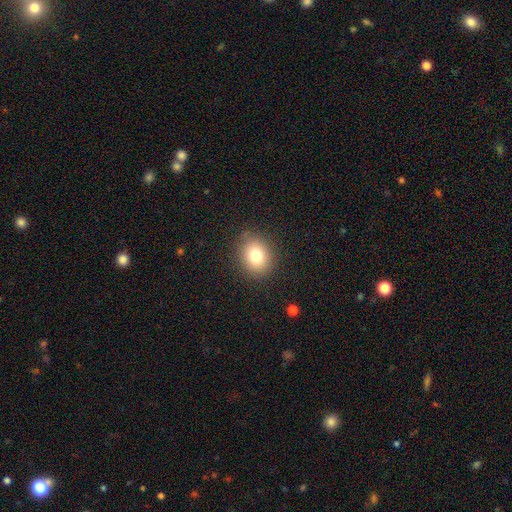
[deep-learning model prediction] Morphology: type=smooth (78%); roundness=round (60%); merging=none (86%).